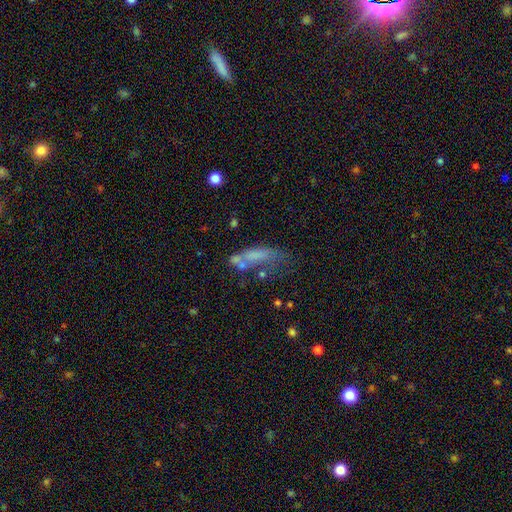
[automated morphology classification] smooth_or_featured: smooth (p=0.55) [alt: featured or disk p=0.31]
how_rounded: in between (p=0.51) [alt: cigar-shaped p=0.46]
merging: major disturbance (p=0.29) [tied with: none p=0.29]